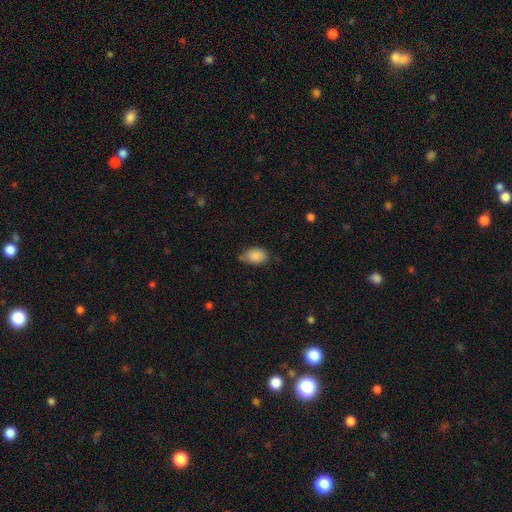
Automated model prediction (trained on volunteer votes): A smooth galaxy with no disk features (87%) that is in between round and cigar-shaped (85%). Merging: none (57%).